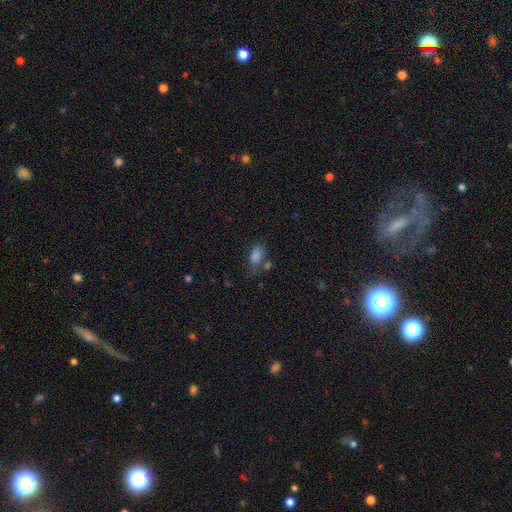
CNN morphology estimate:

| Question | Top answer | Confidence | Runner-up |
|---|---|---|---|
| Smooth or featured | smooth | 80% | star or artifact (13%) |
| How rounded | in between | 86% | round (9%) |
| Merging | none | 51% | minor disturbance (24%) |